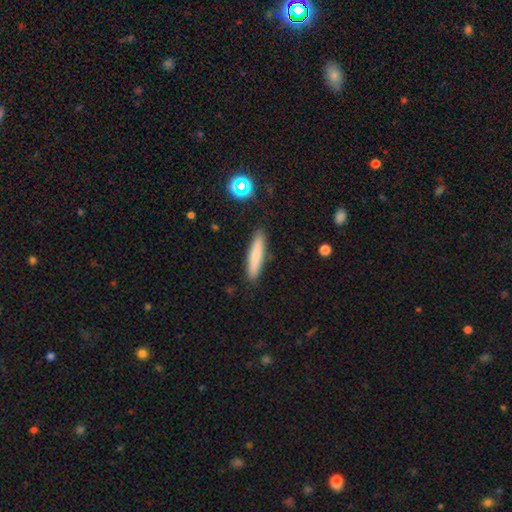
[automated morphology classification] Smooth or featured? Predicted: smooth (p=0.75). How rounded? Predicted: cigar-shaped (p=0.88). Merging? Predicted: none (p=0.89).